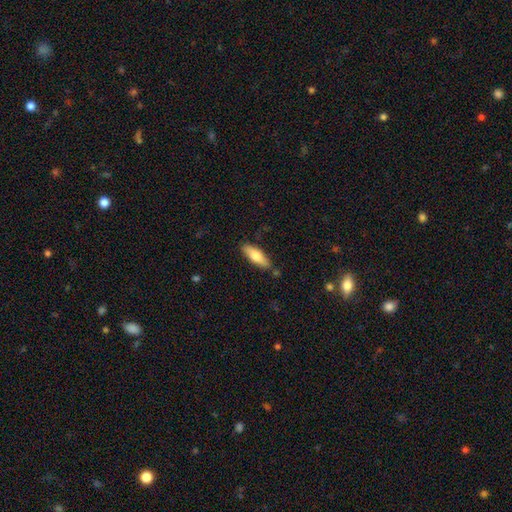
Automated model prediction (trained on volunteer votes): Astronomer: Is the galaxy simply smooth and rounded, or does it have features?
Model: smooth — 71%.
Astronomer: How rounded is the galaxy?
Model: in between — 57% (runner-up: cigar-shaped, 41%).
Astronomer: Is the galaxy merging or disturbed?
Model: none — 80%.